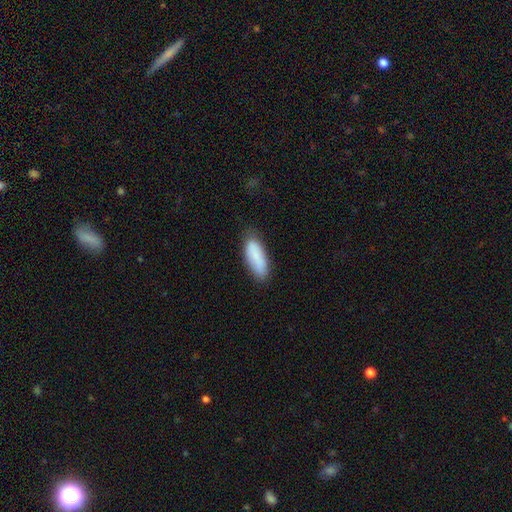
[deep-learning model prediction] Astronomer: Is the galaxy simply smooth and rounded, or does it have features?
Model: smooth — 83%.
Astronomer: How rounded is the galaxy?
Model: in between — 67%.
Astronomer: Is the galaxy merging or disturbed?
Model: none — 75%.